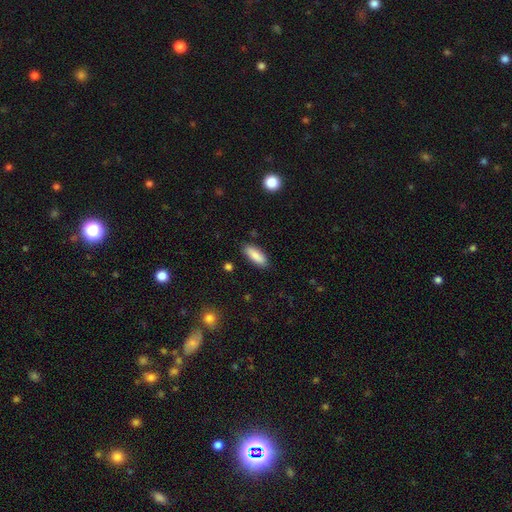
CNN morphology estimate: Smooth or featured? Predicted: smooth (p=0.87). How rounded? Predicted: in between (p=0.63). Merging? Predicted: none (p=0.87).